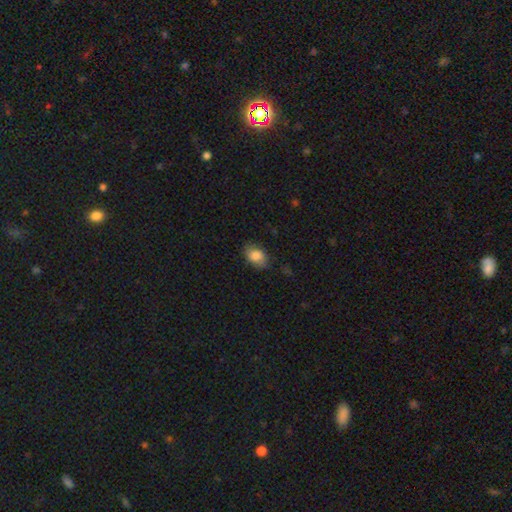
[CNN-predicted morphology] smooth_or_featured: smooth (p=0.84) [alt: featured or disk p=0.08]
how_rounded: in between (p=0.82) [alt: round p=0.17]
merging: none (p=0.78) [alt: minor disturbance p=0.17]